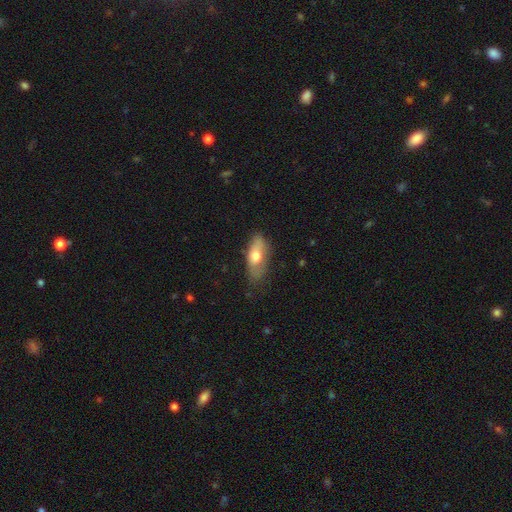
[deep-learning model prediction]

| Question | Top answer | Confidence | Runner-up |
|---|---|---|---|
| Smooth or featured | smooth | 67% | featured or disk (27%) |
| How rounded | in between | 79% | cigar-shaped (18%) |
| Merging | none | 61% | minor disturbance (29%) |